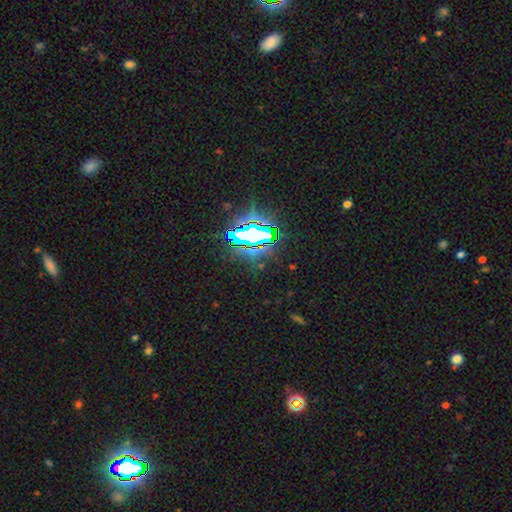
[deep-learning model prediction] Q: Smooth or featured?
A: star or artifact (80%); runner-up: smooth (11%)